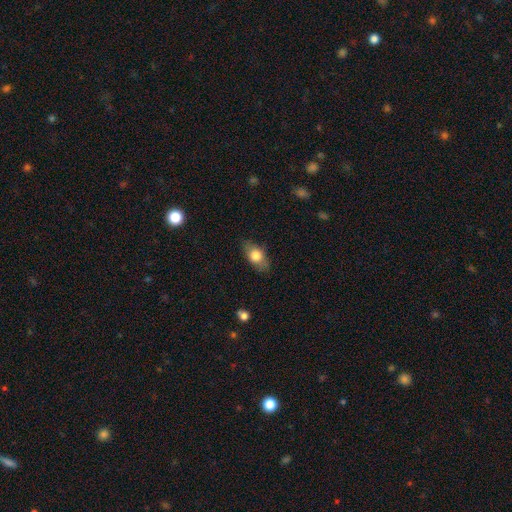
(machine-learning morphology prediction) A smooth galaxy with no disk features (75%) that is in between round and cigar-shaped (83%). Merging: none (79%).